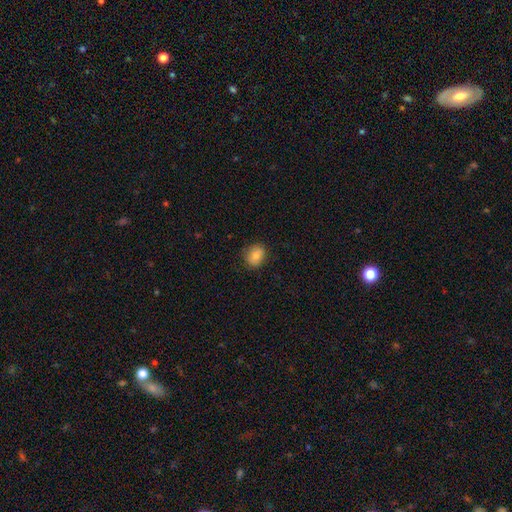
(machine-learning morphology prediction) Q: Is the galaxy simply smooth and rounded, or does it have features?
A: smooth — 80%.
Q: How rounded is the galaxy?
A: round — 58%.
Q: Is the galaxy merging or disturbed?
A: none — 82%.